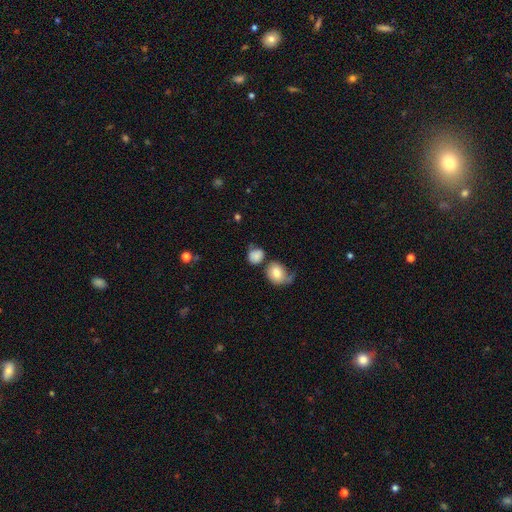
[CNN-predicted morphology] smooth-or-featured: smooth: 80% | featured or disk: 10% | star or artifact: 10%
  how-rounded: round: 71% | in between: 28% | cigar-shaped: 1%
  merging: none: 43% | minor disturbance: 23% | merger: 19% | major disturbance: 15%